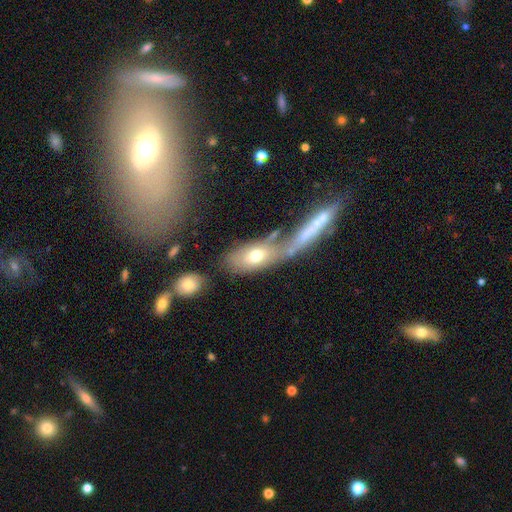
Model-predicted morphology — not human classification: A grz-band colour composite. It shows a smooth galaxy with no disk features (65%) that is in between round and cigar-shaped (82%). Merging: merger (42%).